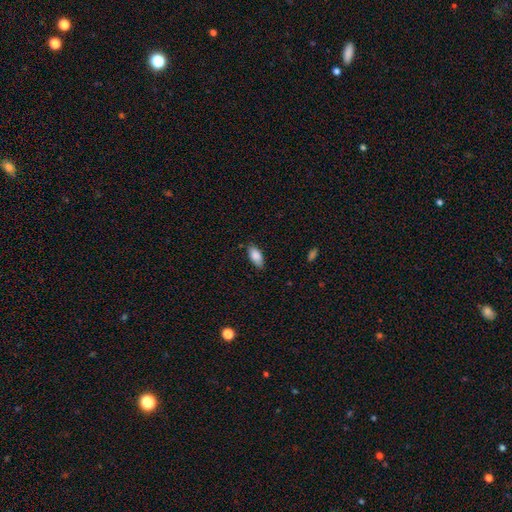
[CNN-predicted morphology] The model was most divided on "merging": none: 79%, minor disturbance: 17%, major disturbance: 3%, merger: 1%. More confident: how rounded — in between (88%); smooth or featured — smooth (87%).